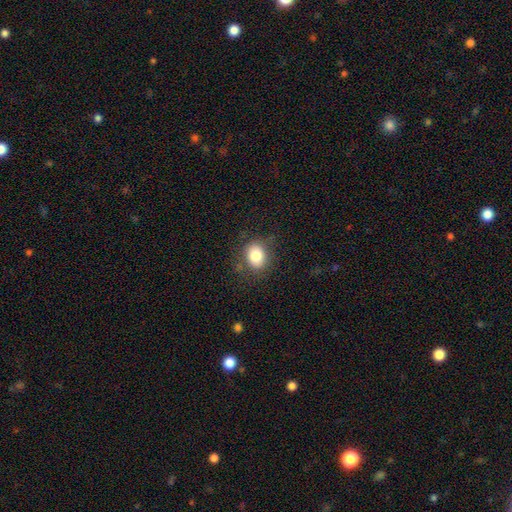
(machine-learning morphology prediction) Q: Smooth or featured?
A: smooth (82%); runner-up: star or artifact (10%)
Q: How rounded?
A: round (50%); runner-up: in between (49%)
Q: Merging?
A: none (79%); runner-up: minor disturbance (15%)